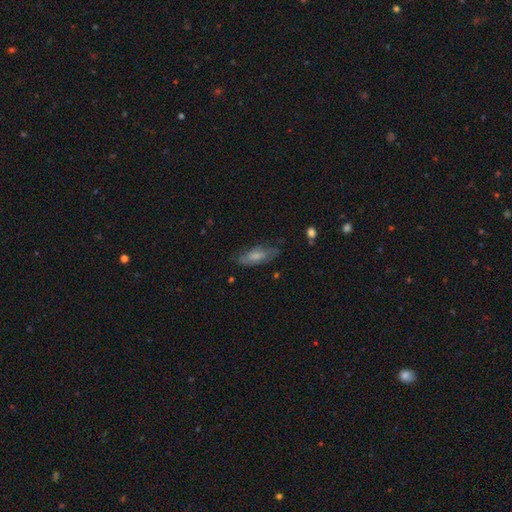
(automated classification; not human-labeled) Smooth or featured? smooth (58%)
How rounded? in between (73%)
Merging? none (65%)